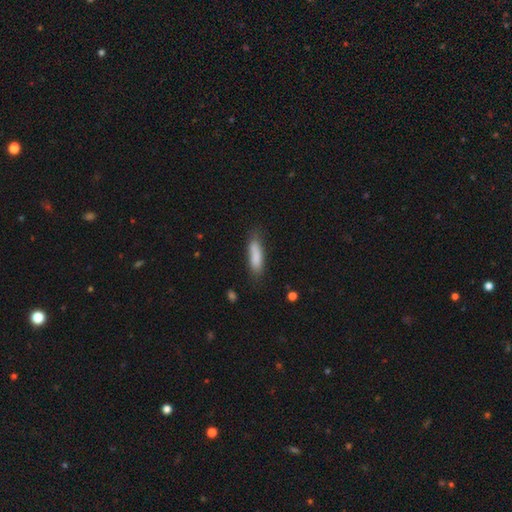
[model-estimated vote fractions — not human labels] Smooth or featured? Predicted: smooth (p=0.83). How rounded? Predicted: cigar-shaped (p=0.64). Merging? Predicted: none (p=0.71).